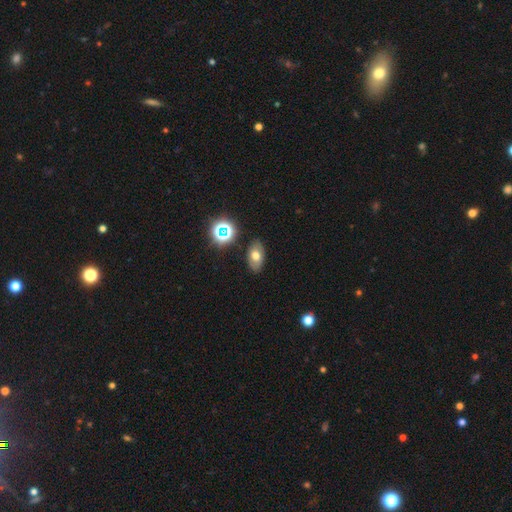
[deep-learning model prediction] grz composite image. It shows a smooth galaxy with no disk features (66%) that is in between round and cigar-shaped (89%). Merging: none (85%).